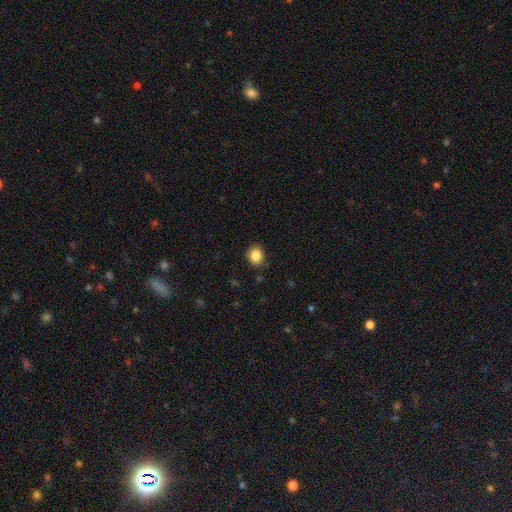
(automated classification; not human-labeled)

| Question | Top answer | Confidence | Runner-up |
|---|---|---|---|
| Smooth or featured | smooth | 86% | star or artifact (10%) |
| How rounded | round | 72% | in between (27%) |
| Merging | none | 89% | minor disturbance (8%) |